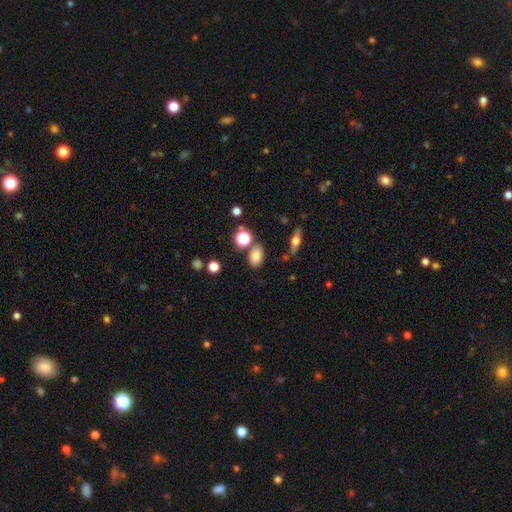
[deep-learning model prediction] Smooth or featured? Predicted: smooth (p=0.78). How rounded? Predicted: in between (p=0.78). Merging? Predicted: none (p=0.75).